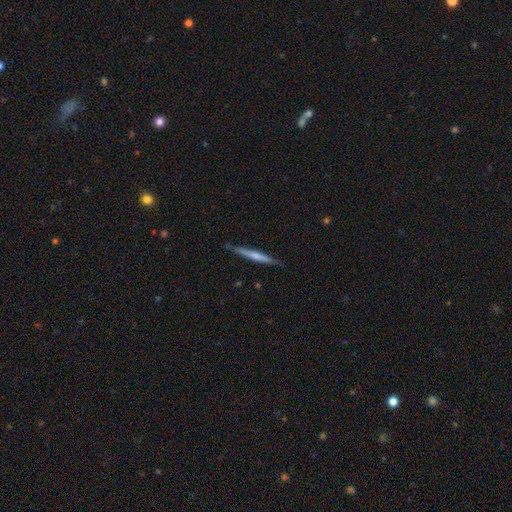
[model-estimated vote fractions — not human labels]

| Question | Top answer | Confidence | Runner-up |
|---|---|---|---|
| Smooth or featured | featured or disk | 47% | tied: smooth (47%) |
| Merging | none | 86% | minor disturbance (11%) |